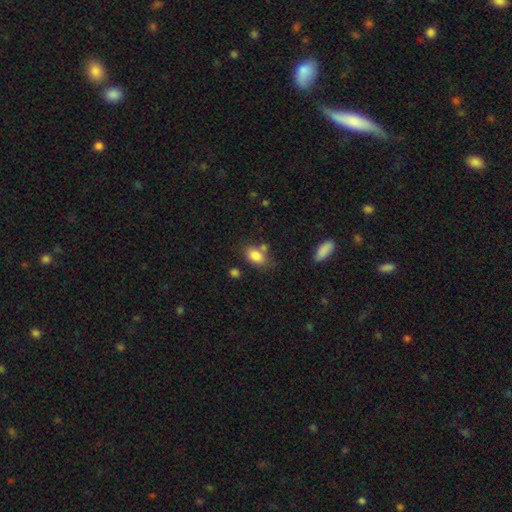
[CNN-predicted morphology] A smooth galaxy with no disk features (83%) that is in between round and cigar-shaped (85%). Merging: none (60%).